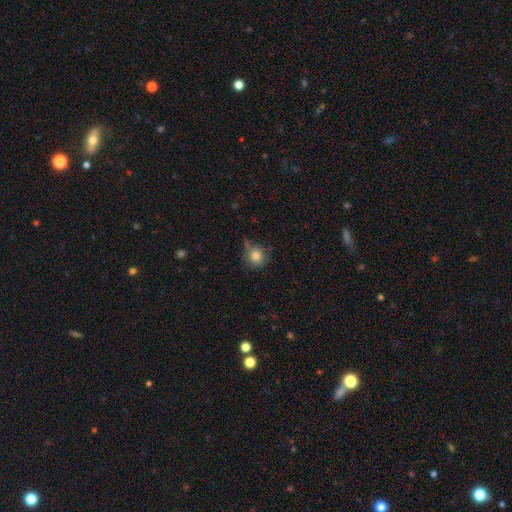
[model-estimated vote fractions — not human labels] Smooth or featured? Predicted: smooth (p=0.81). How rounded? Predicted: round (p=0.88). Merging? Predicted: none (p=0.63).